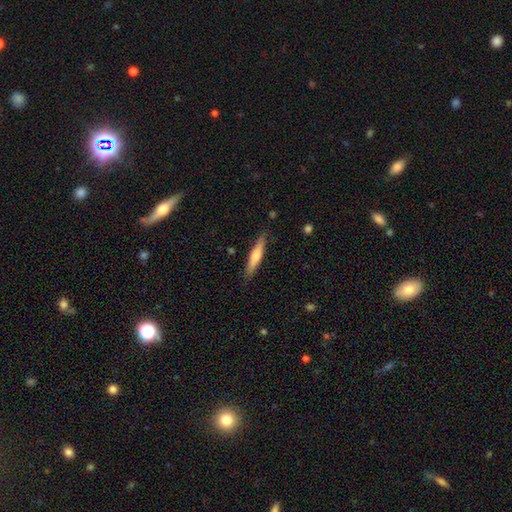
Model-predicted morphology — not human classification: Smooth or featured: smooth — 54% (featured or disk — 40%)
How rounded: cigar-shaped — 89% (in between — 10%)
Merging: none — 87% (minor disturbance — 10%)